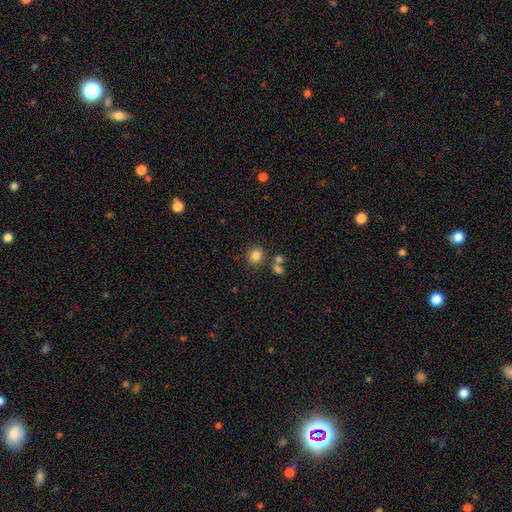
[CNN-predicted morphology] A smooth galaxy with no disk features (82%) that is round (79%).

Vote fractions:
- Smooth or featured? smooth: 82% / star or artifact: 12% / featured or disk: 6%
- How rounded? round: 79% / in between: 20% / cigar-shaped: 1%
- Merging? none: 76% / merger: 11% / minor disturbance: 9% / major disturbance: 3%